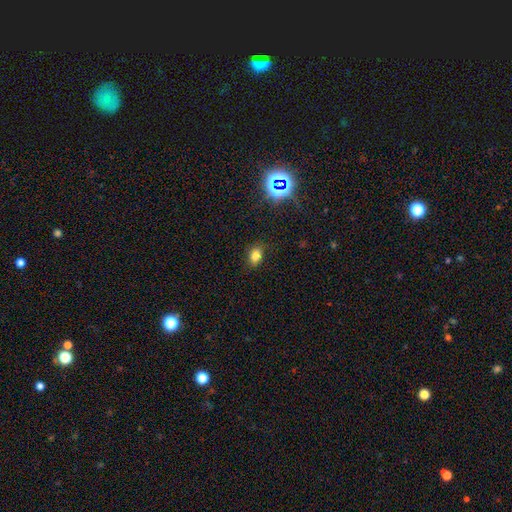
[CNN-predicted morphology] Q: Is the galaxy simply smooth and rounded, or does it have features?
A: smooth — 77%.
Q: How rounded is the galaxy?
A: in between — 72%.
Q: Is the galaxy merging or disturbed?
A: none — 82%.